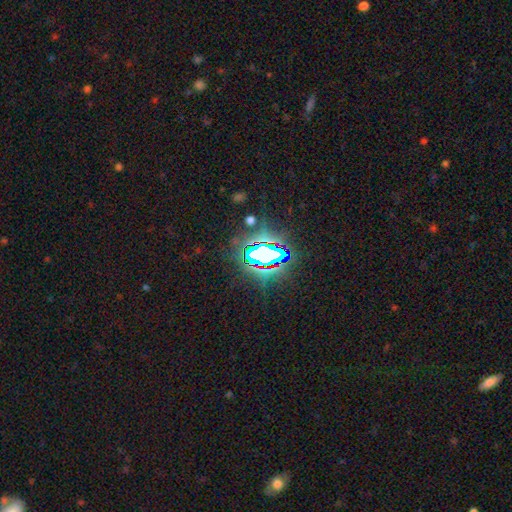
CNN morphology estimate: A star or artifact, not a galaxy (79%).